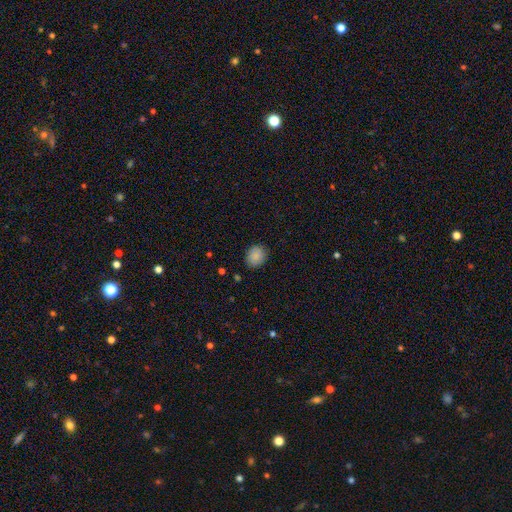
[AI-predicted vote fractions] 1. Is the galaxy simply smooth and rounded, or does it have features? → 87% smooth, 8% star or artifact, 5% featured or disk.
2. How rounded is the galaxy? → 74% round, 25% in between, 1% cigar-shaped.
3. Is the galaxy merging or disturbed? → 87% none, 10% minor disturbance, 2% major disturbance, 1% merger.